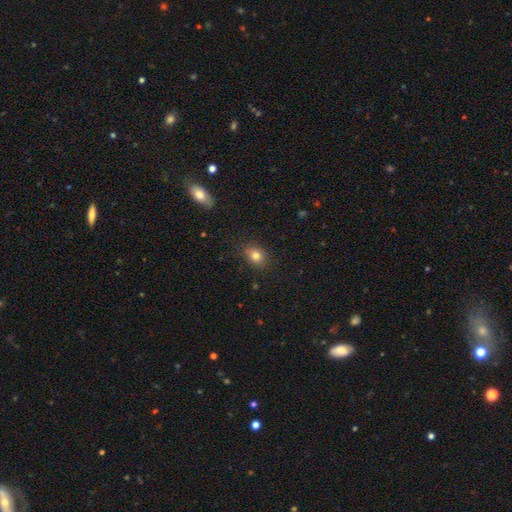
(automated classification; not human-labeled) smooth_or_featured: smooth (p=0.80) [alt: star or artifact p=0.12]
how_rounded: in between (p=0.52) [alt: round p=0.47]
merging: none (p=0.82) [alt: minor disturbance p=0.14]